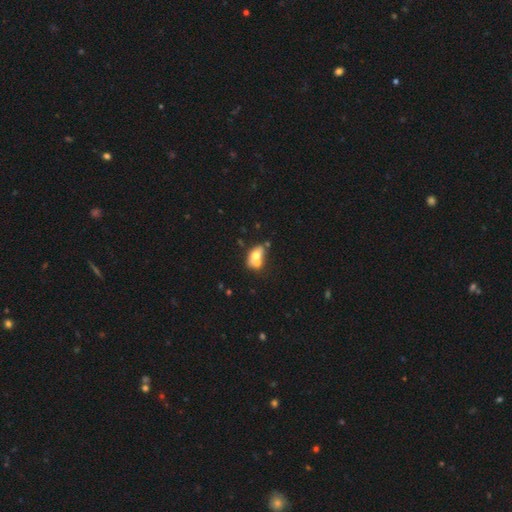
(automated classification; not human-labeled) Smooth or featured?
  - smooth: 62% *
  - featured or disk: 29%
  - star or artifact: 9%
How rounded?
  - in between: 74% *
  - round: 23%
  - cigar-shaped: 3%
Merging?
  - merger: 54% *
  - none: 29%
  - minor disturbance: 11%
  - major disturbance: 5%